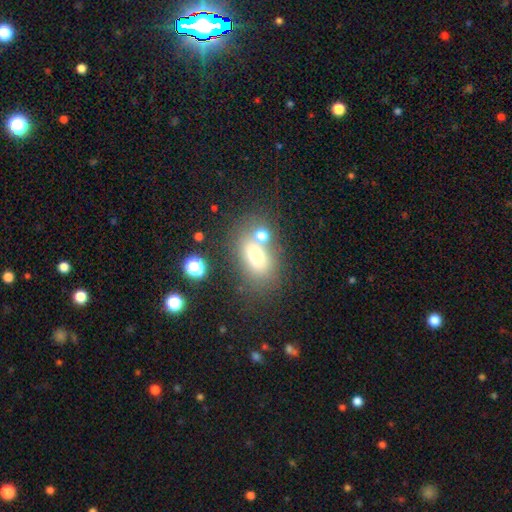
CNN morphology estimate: smooth_or_featured: smooth (p=0.68) [alt: featured or disk p=0.18]
how_rounded: in between (p=0.73) [alt: round p=0.25]
merging: none (p=0.56) [alt: merger p=0.25]